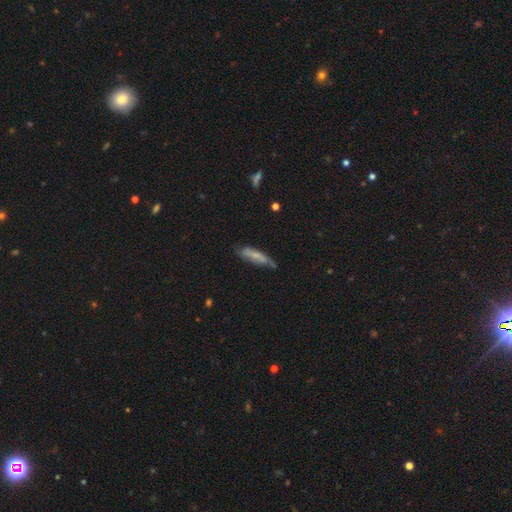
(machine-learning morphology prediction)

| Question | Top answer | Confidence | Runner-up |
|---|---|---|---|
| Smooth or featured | smooth | 59% | featured or disk (34%) |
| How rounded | cigar-shaped | 73% | in between (25%) |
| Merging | none | 54% | minor disturbance (32%) |